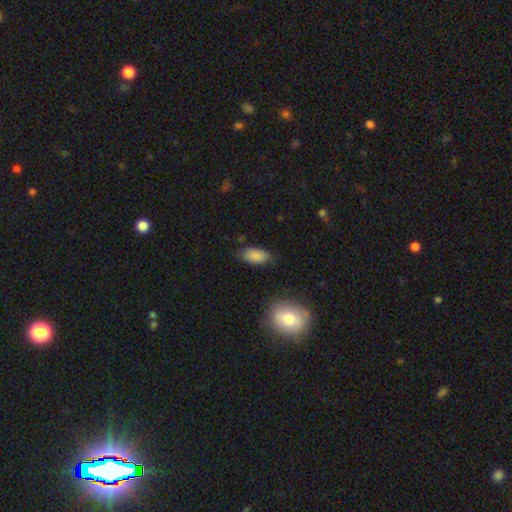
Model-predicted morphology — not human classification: Smooth or featured?
  - smooth: 86% *
  - star or artifact: 8%
  - featured or disk: 6%
How rounded?
  - in between: 92% *
  - cigar-shaped: 5%
  - round: 3%
Merging?
  - none: 78% *
  - minor disturbance: 17%
  - major disturbance: 4%
  - merger: 2%